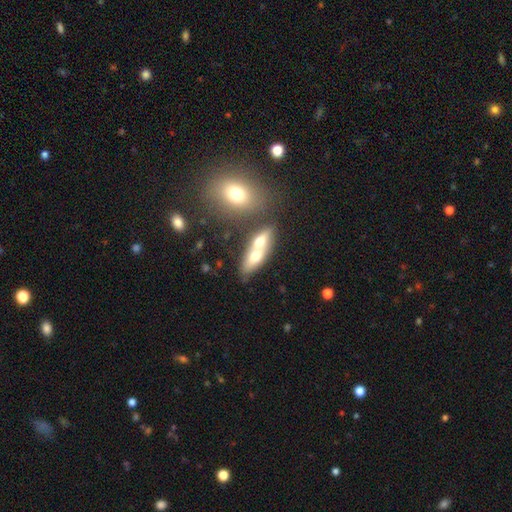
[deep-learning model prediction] Morphology: type=smooth (58%); roundness=in between (64%); merging=merger (62%).